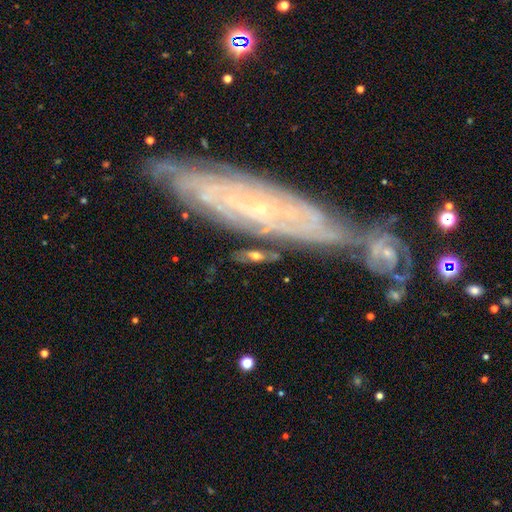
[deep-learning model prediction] The model was most divided on "smooth or featured": featured or disk: 53%, smooth: 36%, star or artifact: 12%. More confident: merging — none (73%); edge-on disk — no (64%).